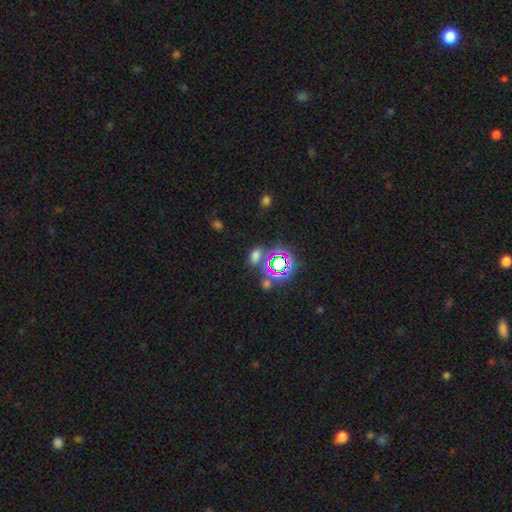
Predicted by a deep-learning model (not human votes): smooth_or_featured: smooth (p=0.51) [alt: star or artifact p=0.39]
how_rounded: in between (p=0.72) [alt: round p=0.24]
merging: none (p=0.65) [alt: merger p=0.15]